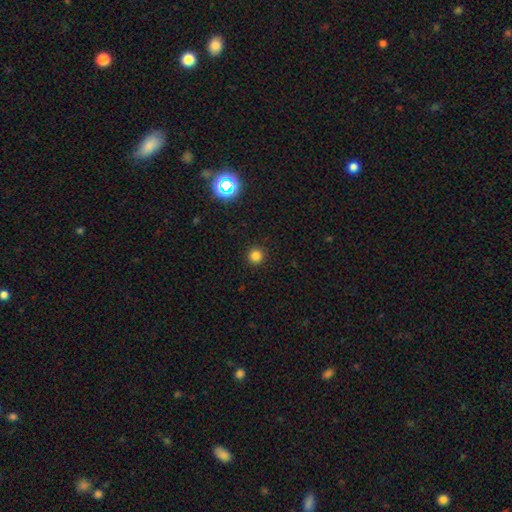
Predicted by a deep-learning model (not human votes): This is clearly a smooth galaxy (81%). How rounded: clearly round (95%). Merging: clearly none (92%).